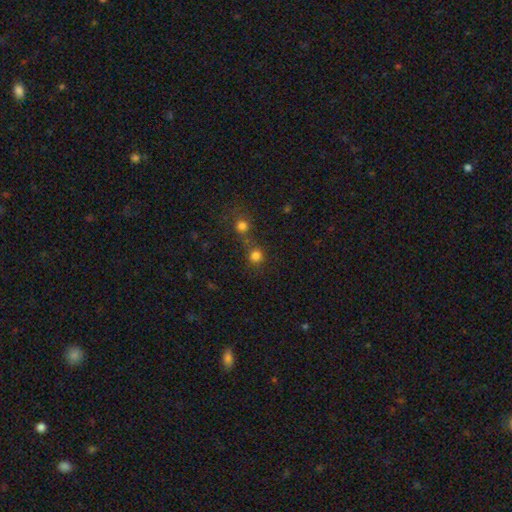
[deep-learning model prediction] The model was most divided on "merging": none: 59%, merger: 28%, minor disturbance: 8%, major disturbance: 5%. More confident: how rounded — round (90%); smooth or featured — smooth (79%).